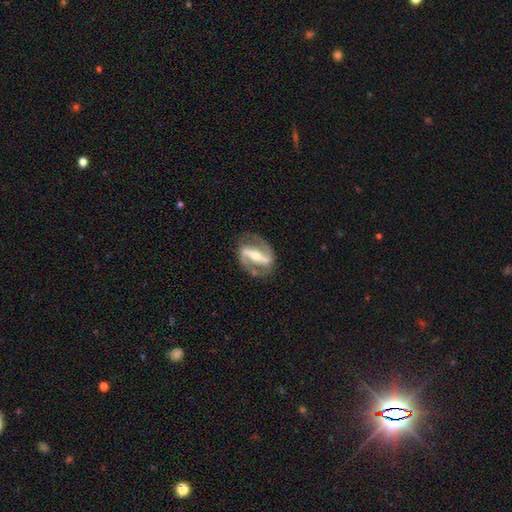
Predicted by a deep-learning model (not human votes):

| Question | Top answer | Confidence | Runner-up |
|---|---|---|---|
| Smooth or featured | featured or disk | 88% | smooth (8%) |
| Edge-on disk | no | 93% | yes (7%) |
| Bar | strong | 76% | weak (15%) |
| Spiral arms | yes | 89% | no (11%) |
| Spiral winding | medium | 47% | loose (28%) |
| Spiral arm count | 2 | 91% | can't tell (3%) |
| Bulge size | moderate | 53% | small (40%) |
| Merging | none | 79% | minor disturbance (13%) |